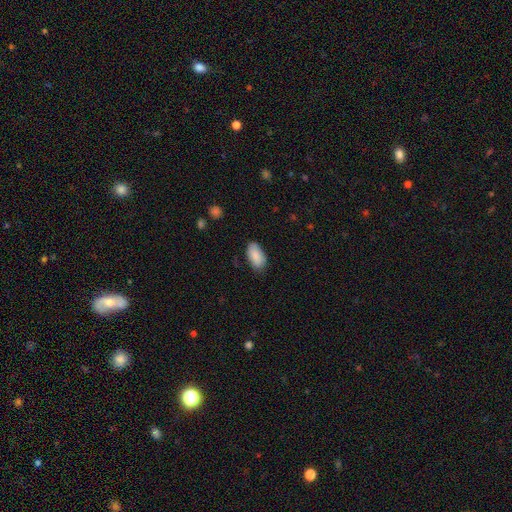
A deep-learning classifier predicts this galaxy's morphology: Smooth or featured? smooth (88%)
How rounded? in between (94%)
Merging? none (80%)